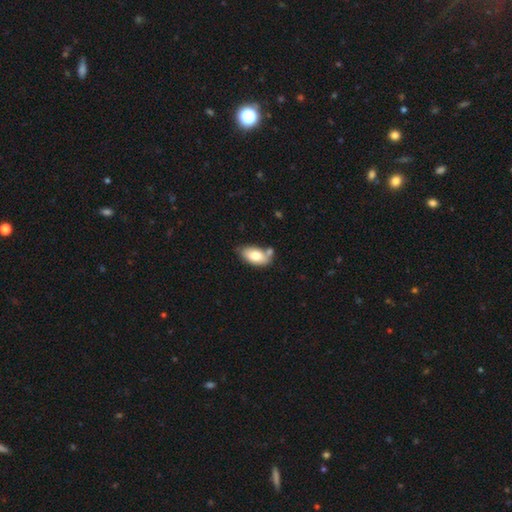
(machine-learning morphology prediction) smooth-or-featured: smooth: 78% | featured or disk: 16% | star or artifact: 7%
  how-rounded: in between: 94% | round: 4% | cigar-shaped: 2%
  merging: none: 55% | minor disturbance: 20% | merger: 20% | major disturbance: 5%